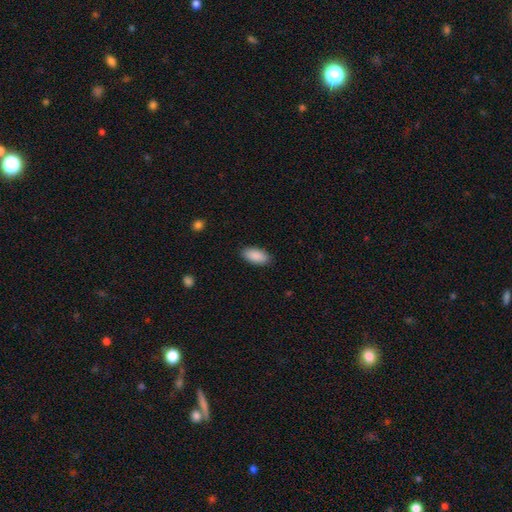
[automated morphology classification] type=smooth (90%); roundness=in between (93%); merging=none (88%).